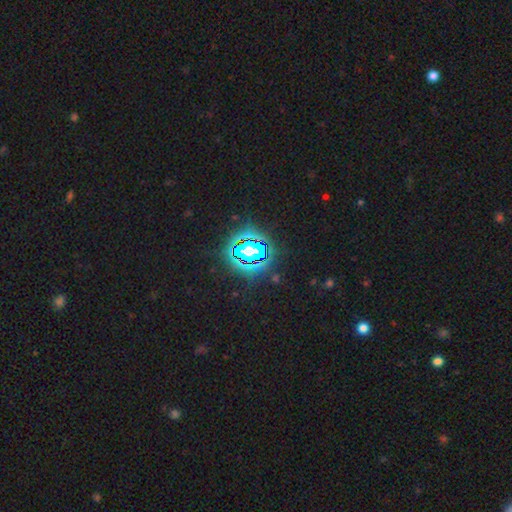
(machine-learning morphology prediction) The model was most divided on "smooth or featured": star or artifact: 83%, smooth: 11%, featured or disk: 7%.